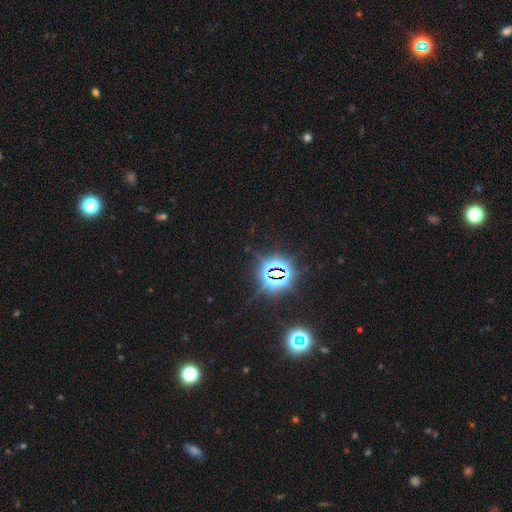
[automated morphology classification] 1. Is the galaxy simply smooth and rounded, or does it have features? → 79% star or artifact, 14% smooth, 7% featured or disk.